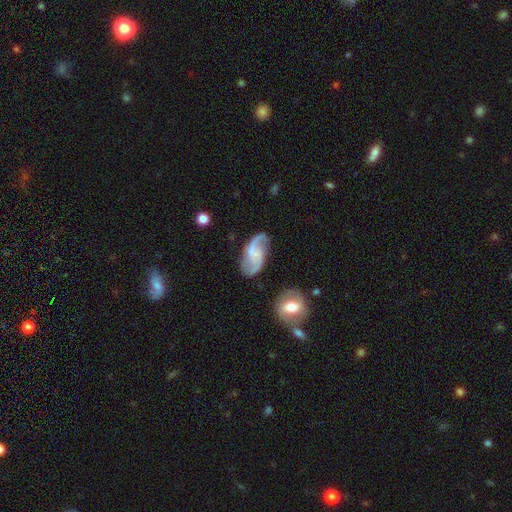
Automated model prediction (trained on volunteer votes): Smooth or featured: featured or disk — 79% (smooth — 15%)
Edge-on disk: no — 97% (yes — 3%)
Bar: weak — 46% (no — 43%)
Spiral arms: yes — 94% (no — 6%)
Spiral winding: loose — 62% (medium — 30%)
Spiral arm count: 2 — 90% (can't tell — 4%)
Bulge size: small — 45% (none — 35%)
Merging: none — 71% (minor disturbance — 18%)